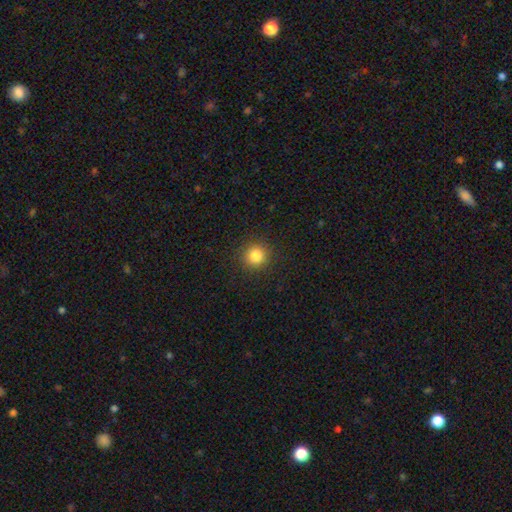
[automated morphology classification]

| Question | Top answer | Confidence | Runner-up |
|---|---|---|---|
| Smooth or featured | smooth | 84% | star or artifact (12%) |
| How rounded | round | 94% | in between (5%) |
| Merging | none | 91% | minor disturbance (6%) |